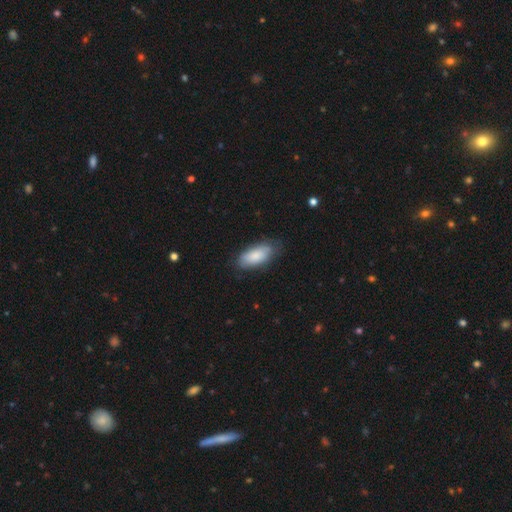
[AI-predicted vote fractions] Morphology: type=smooth (81%); roundness=in between (87%); merging=none (71%).